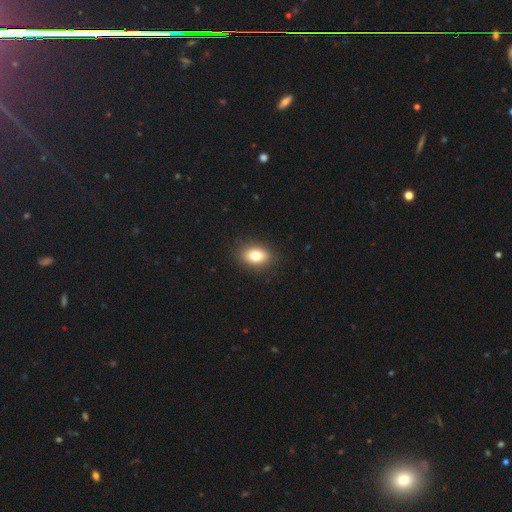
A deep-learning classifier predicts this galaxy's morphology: type=smooth (81%); roundness=in between (83%); merging=none (89%).